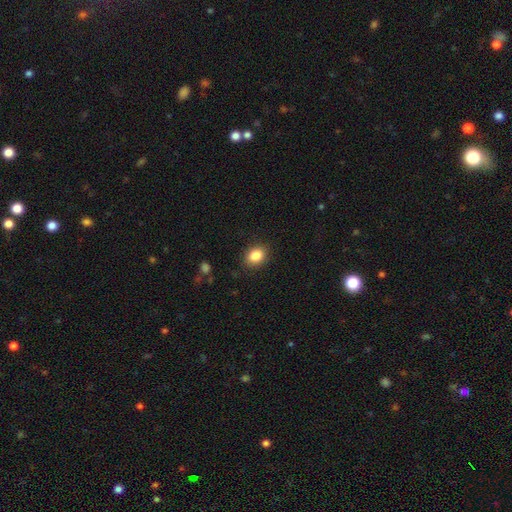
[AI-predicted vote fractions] Smooth or featured? smooth (86%)
How rounded? in between (54%)
Merging? none (88%)